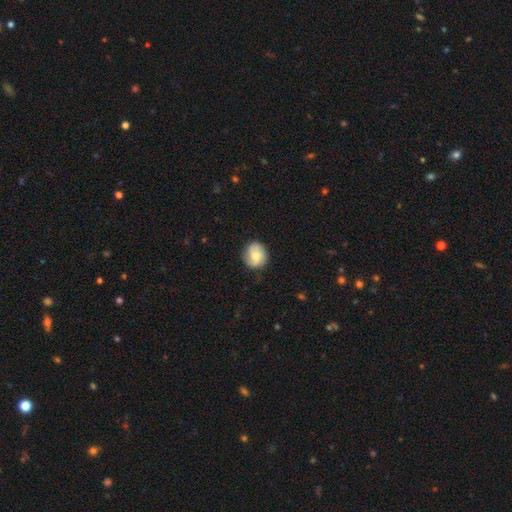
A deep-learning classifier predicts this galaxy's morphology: This is possibly a smooth galaxy (60%). How rounded: clearly round (82%). Merging: clearly none (80%).